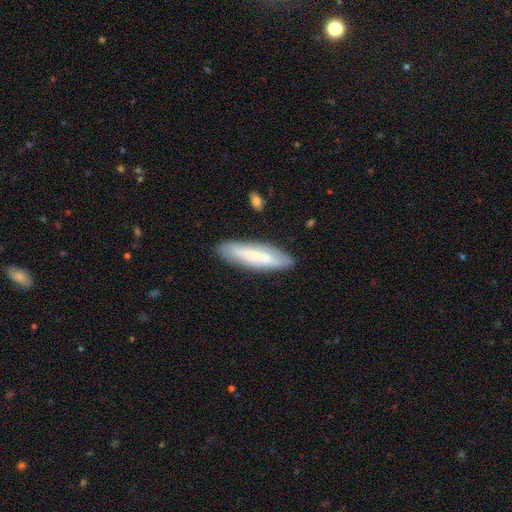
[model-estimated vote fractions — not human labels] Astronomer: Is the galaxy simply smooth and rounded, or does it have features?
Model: smooth — 60%.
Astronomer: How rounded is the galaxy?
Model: cigar-shaped — 68%.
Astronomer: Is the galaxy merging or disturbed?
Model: none — 84%.